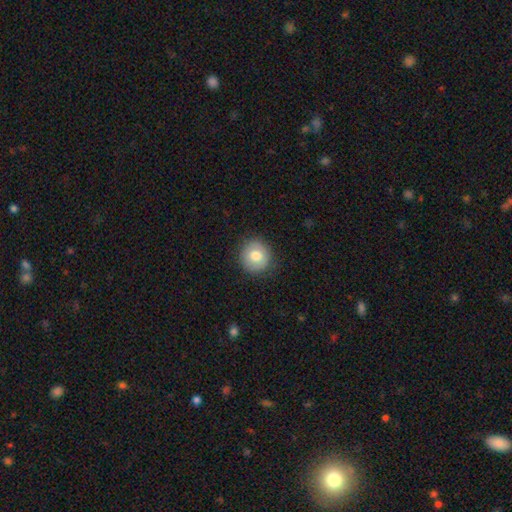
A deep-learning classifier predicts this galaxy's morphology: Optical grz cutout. It shows a smooth galaxy with no disk features (78%) that is round (89%). Merging: none (88%).